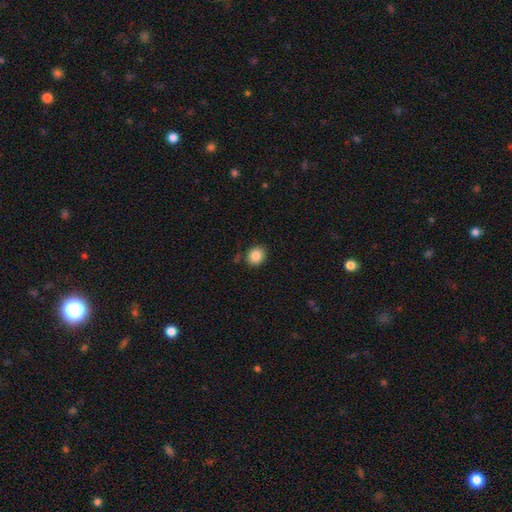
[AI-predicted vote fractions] Smooth or featured? smooth (86%)
How rounded? round (72%)
Merging? none (85%)